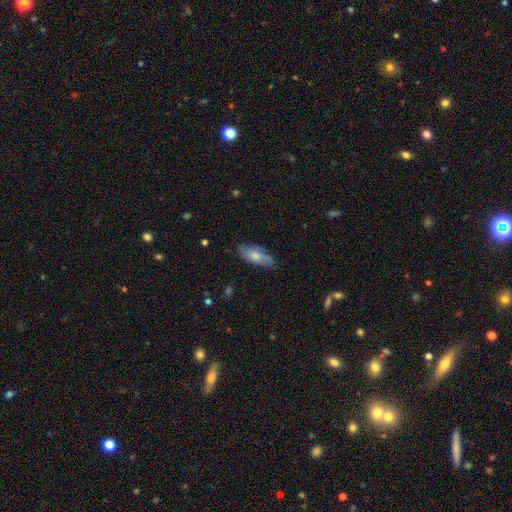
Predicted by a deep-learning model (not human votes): A smooth galaxy with no disk features (68%) that is in between round and cigar-shaped (78%). Merging: none (73%).